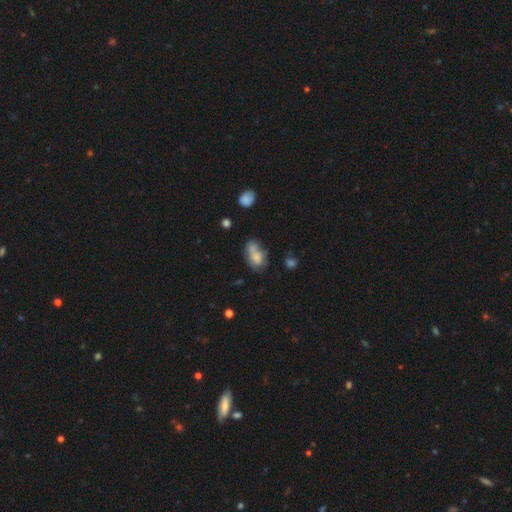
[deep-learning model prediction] smooth-or-featured: smooth: 67% | featured or disk: 23% | star or artifact: 10%
  how-rounded: in between: 84% | round: 14% | cigar-shaped: 2%
  merging: none: 31% | merger: 29% | minor disturbance: 24% | major disturbance: 16%